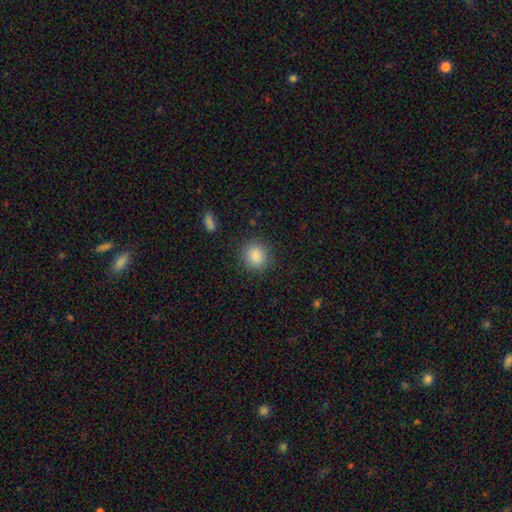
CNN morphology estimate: The model was most divided on "how rounded": round: 85%, in between: 14%, cigar-shaped: 1%. More confident: smooth or featured — smooth (88%); merging — none (87%).